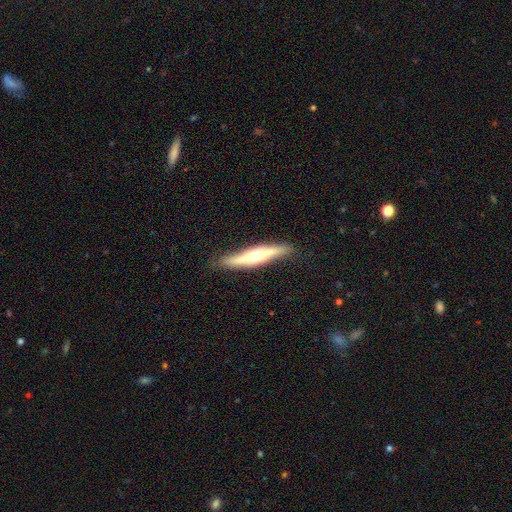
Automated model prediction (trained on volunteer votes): Morphology: type=featured or disk (57%); edge-on=yes (90%); edge-on bulge=rounded (84%); merging=none (85%).